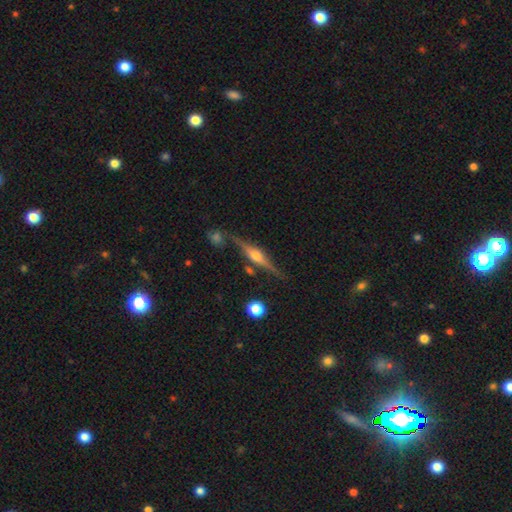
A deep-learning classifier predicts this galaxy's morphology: smooth_or_featured: featured or disk (p=0.79) [alt: smooth p=0.14]
disk_edge_on: yes (p=0.97) [alt: no p=0.03]
edge_on_bulge: rounded (p=0.87) [alt: boxy p=0.10]
merging: none (p=0.81) [alt: minor disturbance p=0.12]